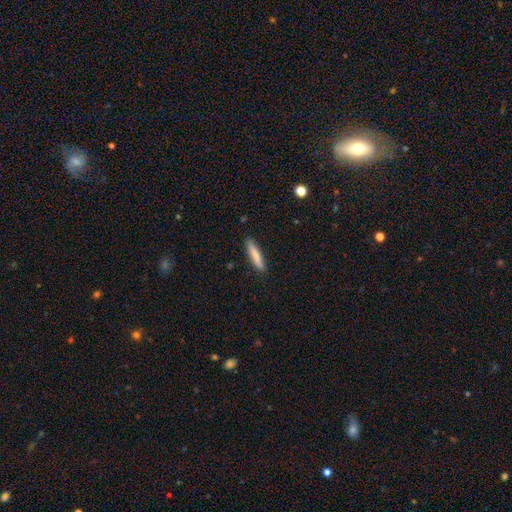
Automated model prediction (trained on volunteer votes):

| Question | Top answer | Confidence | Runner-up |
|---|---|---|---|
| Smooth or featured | smooth | 80% | featured or disk (14%) |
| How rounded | cigar-shaped | 89% | in between (10%) |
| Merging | none | 89% | minor disturbance (8%) |